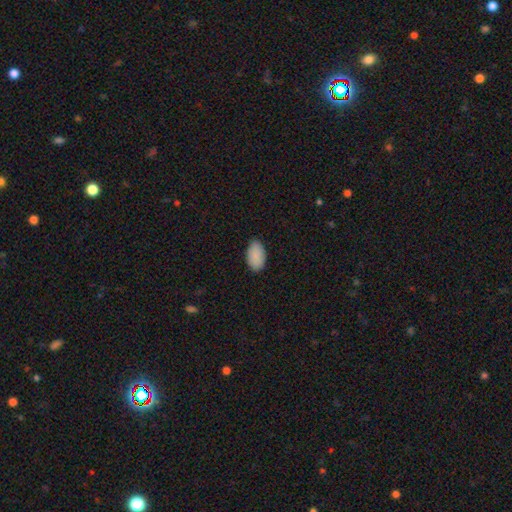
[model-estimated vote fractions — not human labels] Smooth or featured? smooth (90%)
How rounded? in between (95%)
Merging? none (86%)